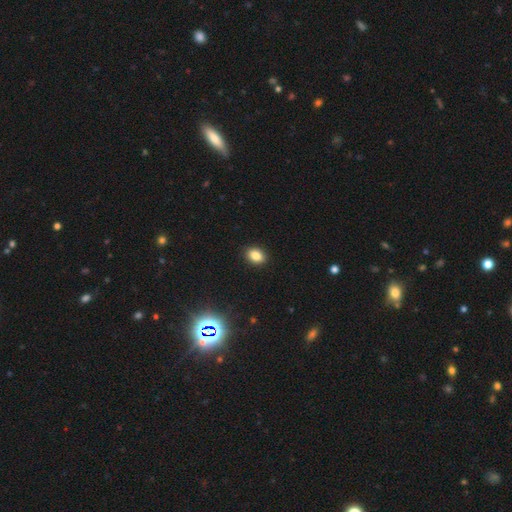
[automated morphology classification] Smooth or featured: smooth — 84% (star or artifact — 11%)
How rounded: in between — 71% (round — 27%)
Merging: none — 90% (minor disturbance — 7%)